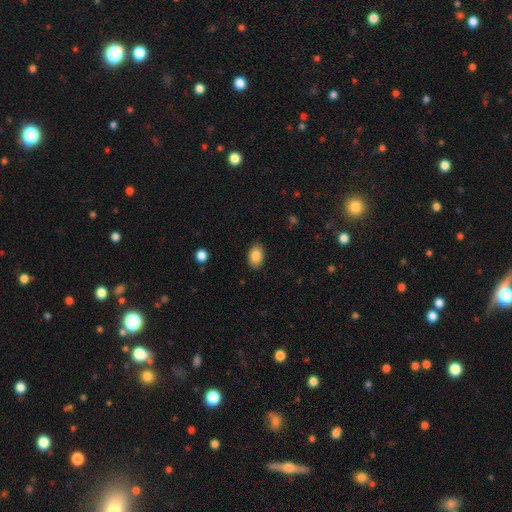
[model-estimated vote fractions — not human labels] The model was most divided on "how rounded": in between: 86%, round: 13%, cigar-shaped: 1%. More confident: merging — none (87%); smooth or featured — smooth (86%).